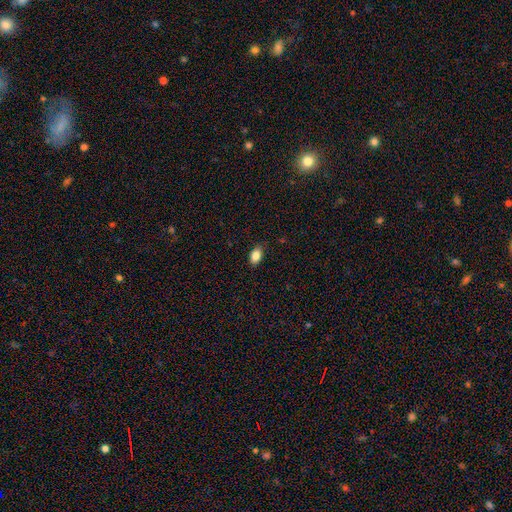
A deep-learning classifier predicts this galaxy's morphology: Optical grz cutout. It shows a smooth galaxy with no disk features (85%) that is in between round and cigar-shaped (86%). Merging: none (81%).